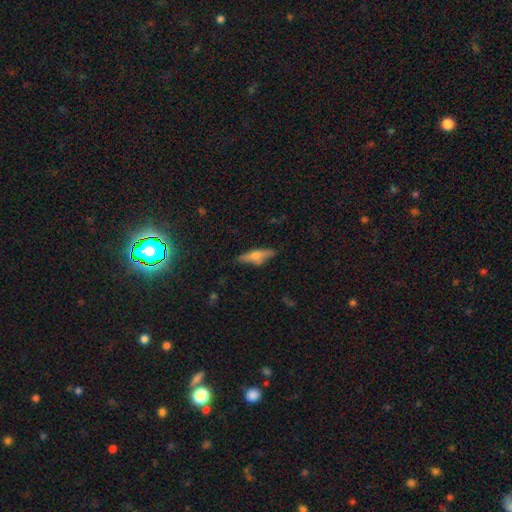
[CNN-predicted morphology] Smooth or featured: smooth — 47% (featured or disk — 46%)
Merging: none — 78% (minor disturbance — 16%)